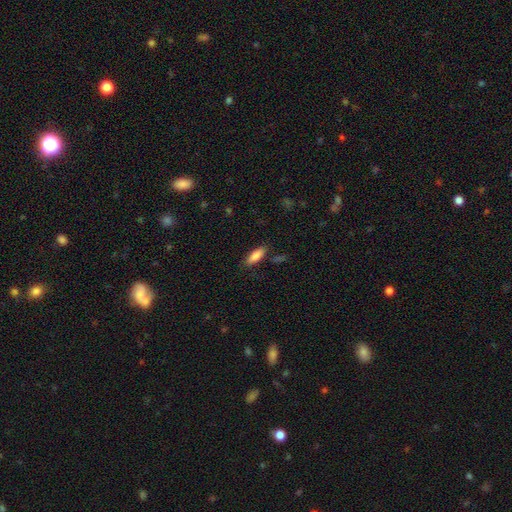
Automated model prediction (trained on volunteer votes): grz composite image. It shows a smooth galaxy with no disk features (83%) that is in between round and cigar-shaped (67%). Merging: none (82%).